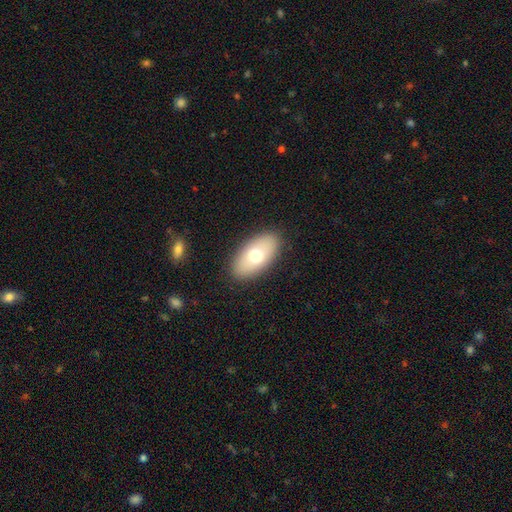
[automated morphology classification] Q: Smooth or featured?
A: smooth (67%); runner-up: featured or disk (25%)
Q: How rounded?
A: in between (92%); runner-up: round (5%)
Q: Merging?
A: none (88%); runner-up: minor disturbance (9%)